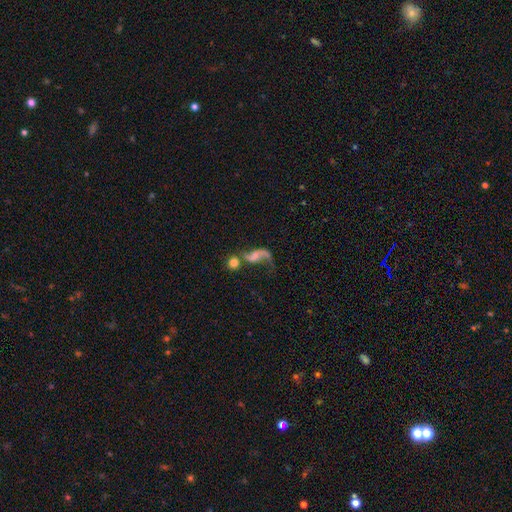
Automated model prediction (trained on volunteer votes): Smooth or featured?
  - featured or disk: 69% *
  - smooth: 21%
  - star or artifact: 10%
Edge-on disk?
  - no: 96% *
  - yes: 4%
Bar?
  - no: 58% *
  - weak: 32%
  - strong: 10%
Spiral arms?
  - yes: 87% *
  - no: 13%
Spiral winding?
  - loose: 87% *
  - medium: 10%
  - tight: 3%
Spiral arm count?
  - 2: 70% *
  - 1: 25%
  - can't tell: 3%
  - 3: 1%
  - 4: 1%
  - more than 4: 1%
Bulge size?
  - none: 39% *
  - small: 32%
  - moderate: 20%
  - large: 6%
  - dominant: 3%
Merging?
  - none: 33% *
  - merger: 29%
  - major disturbance: 24%
  - minor disturbance: 14%